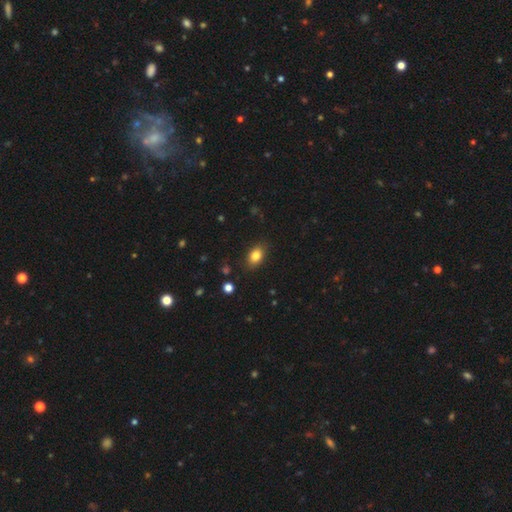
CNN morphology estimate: smooth_or_featured: smooth (p=0.83) [alt: star or artifact p=0.09]
how_rounded: in between (p=0.80) [alt: round p=0.17]
merging: none (p=0.84) [alt: minor disturbance p=0.12]